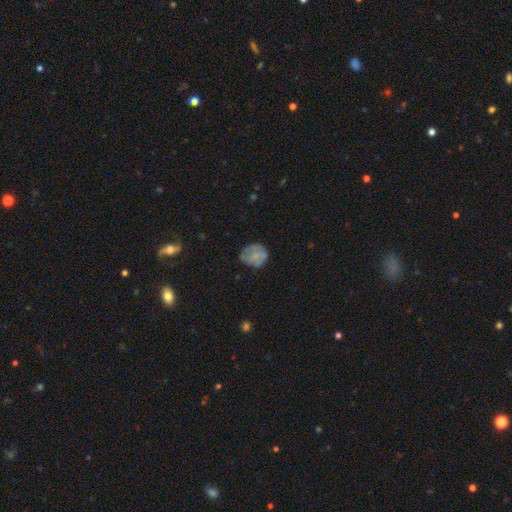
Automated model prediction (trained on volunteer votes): Q: Smooth or featured?
A: smooth (59%); runner-up: featured or disk (33%)
Q: How rounded?
A: round (75%); runner-up: in between (24%)
Q: Merging?
A: none (57%); runner-up: minor disturbance (28%)